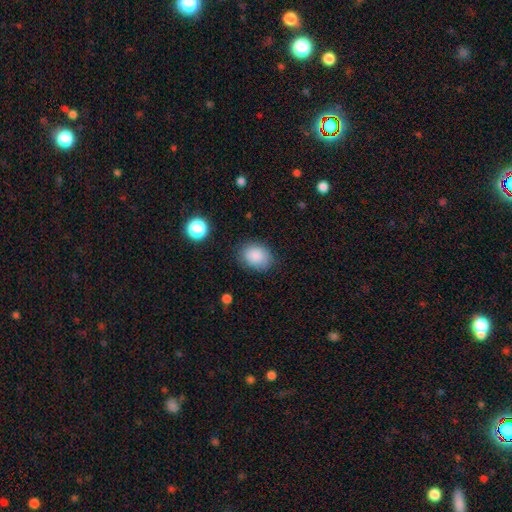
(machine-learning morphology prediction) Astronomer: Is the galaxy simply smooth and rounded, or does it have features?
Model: smooth — 87%.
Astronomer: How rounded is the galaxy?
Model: in between — 63%.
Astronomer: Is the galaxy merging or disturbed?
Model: none — 82%.